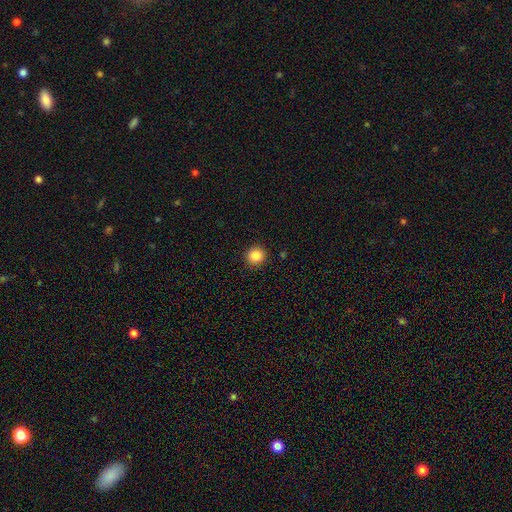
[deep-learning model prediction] This appears to be a smooth galaxy with no disk features (86%) that is round (93%). Merging: none (92%).